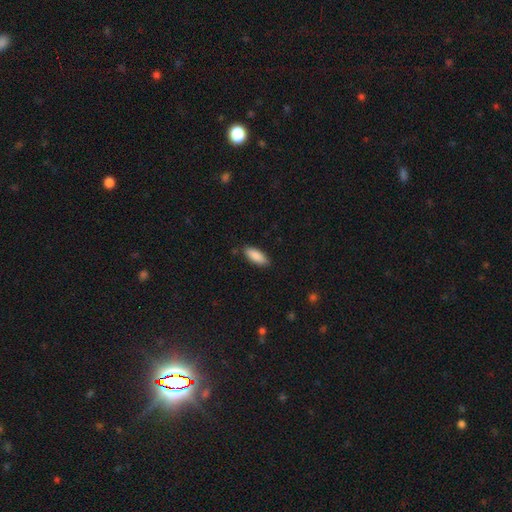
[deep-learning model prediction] Smooth or featured?
  - smooth: 89% *
  - star or artifact: 6%
  - featured or disk: 5%
How rounded?
  - in between: 76% *
  - cigar-shaped: 22%
  - round: 2%
Merging?
  - none: 85% *
  - minor disturbance: 12%
  - major disturbance: 2%
  - merger: 1%